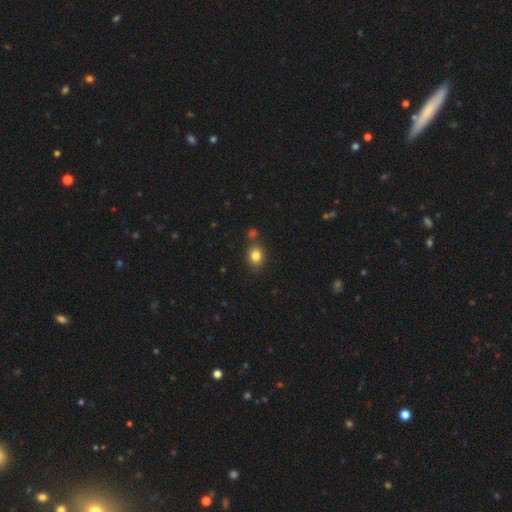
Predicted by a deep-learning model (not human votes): smooth 81%, star or artifact 12%, featured or disk 7%. Down the decision tree: how rounded — round (56%); merging — none (75%).